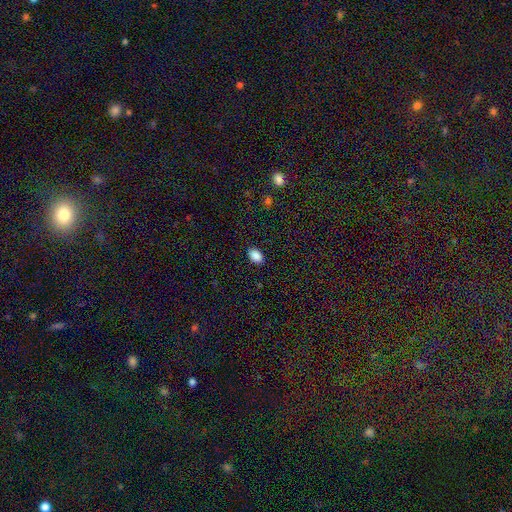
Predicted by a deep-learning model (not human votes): Smooth or featured?
  - smooth: 88% *
  - star or artifact: 9%
  - featured or disk: 3%
How rounded?
  - in between: 87% *
  - round: 12%
  - cigar-shaped: 1%
Merging?
  - none: 88% *
  - minor disturbance: 8%
  - major disturbance: 2%
  - merger: 1%